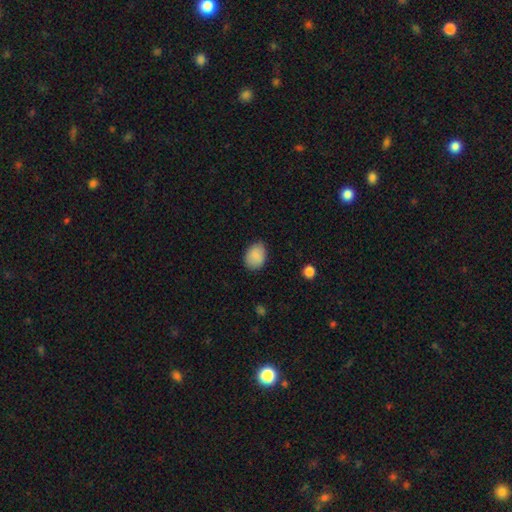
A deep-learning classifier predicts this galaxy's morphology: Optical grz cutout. It shows a smooth galaxy with no disk features (88%) that is in between round and cigar-shaped (69%). Merging: none (78%).